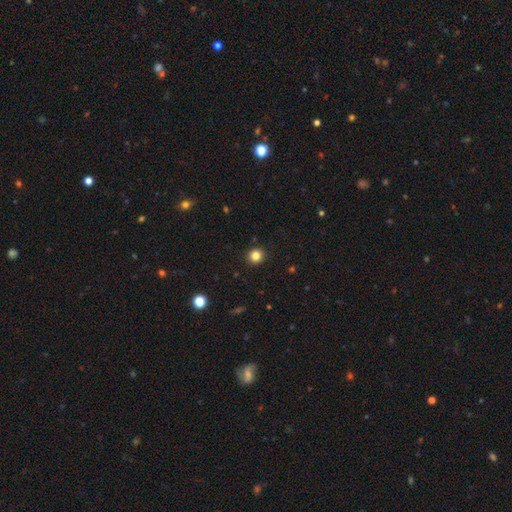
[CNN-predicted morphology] This is clearly a smooth galaxy (83%). How rounded: clearly round (90%). Merging: clearly none (92%).